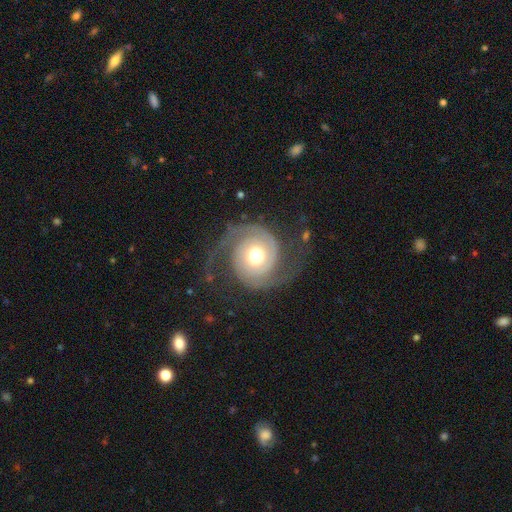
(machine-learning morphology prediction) Overall: featured or disk (88%). Edge-on disk: no (98%). Bar: no (75%). Spiral arms: yes (97%). Spiral arm count: 2 (89%). Spiral winding: tight (42%; medium 39%). Bulge size: moderate (66%). Merging: none (69%).